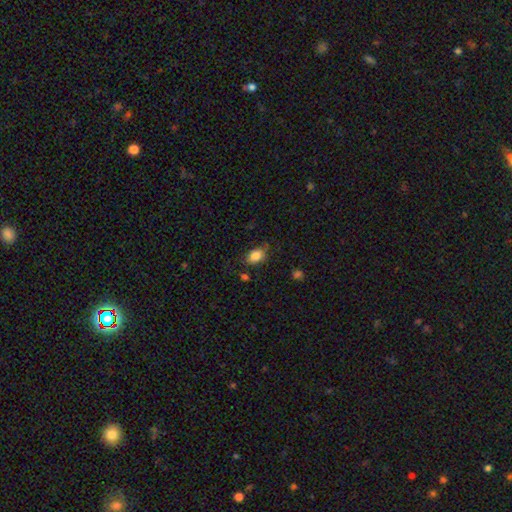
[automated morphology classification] smooth 84%, star or artifact 9%, featured or disk 7%. Down the decision tree: how rounded — in between (84%); merging — none (72%).